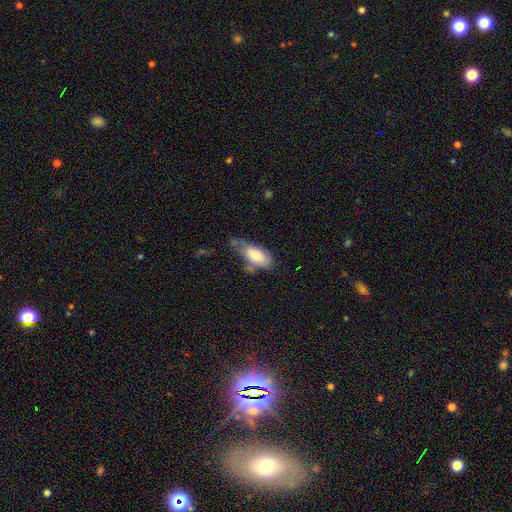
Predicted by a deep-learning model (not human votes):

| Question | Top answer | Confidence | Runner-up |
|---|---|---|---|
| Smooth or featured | smooth | 77% | featured or disk (16%) |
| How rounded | in between | 88% | cigar-shaped (10%) |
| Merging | none | 36% | minor disturbance (34%) |